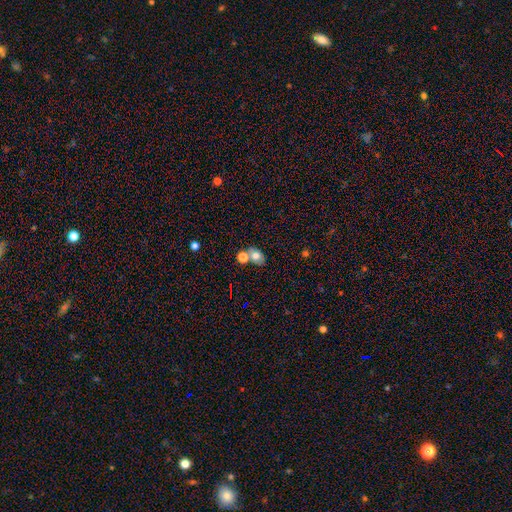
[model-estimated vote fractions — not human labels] smooth-or-featured: smooth: 70% | featured or disk: 18% | star or artifact: 12%
  how-rounded: in between: 68% | round: 30% | cigar-shaped: 1%
  merging: none: 47% | merger: 35% | minor disturbance: 12% | major disturbance: 5%